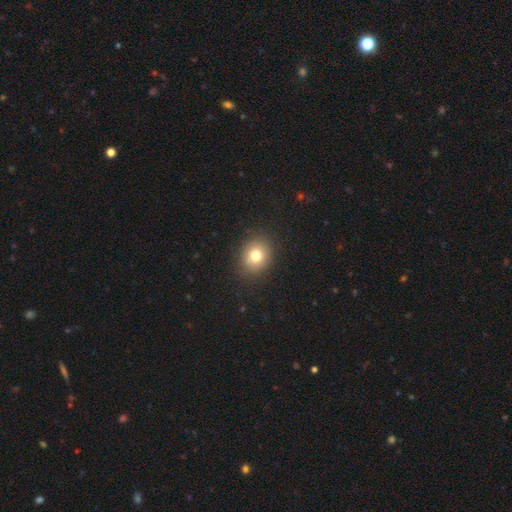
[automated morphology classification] This is likely a smooth galaxy (78%). How rounded: likely round (64%). Merging: clearly none (89%).